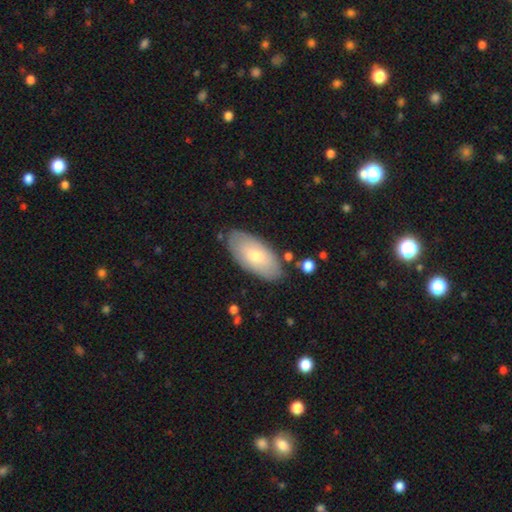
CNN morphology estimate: Smooth or featured?
  - smooth: 66% *
  - featured or disk: 28%
  - star or artifact: 6%
How rounded?
  - in between: 92% *
  - cigar-shaped: 6%
  - round: 2%
Merging?
  - none: 82% *
  - minor disturbance: 13%
  - major disturbance: 3%
  - merger: 2%